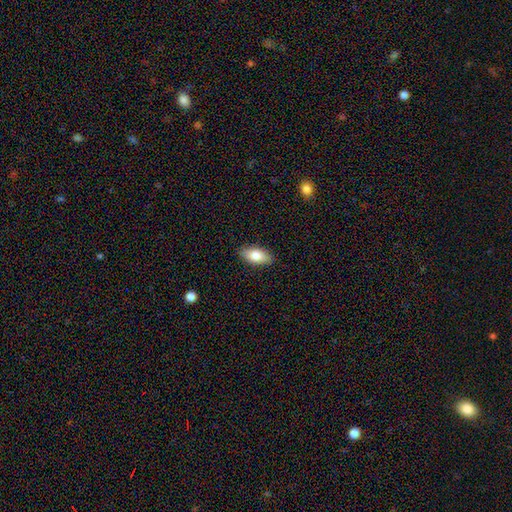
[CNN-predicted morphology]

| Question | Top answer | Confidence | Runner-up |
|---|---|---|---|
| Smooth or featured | smooth | 79% | featured or disk (14%) |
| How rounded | in between | 87% | cigar-shaped (9%) |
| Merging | none | 88% | minor disturbance (9%) |